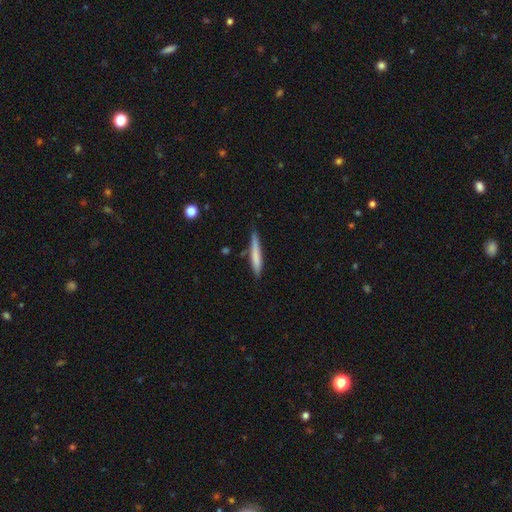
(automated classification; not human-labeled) smooth_or_featured: smooth (p=0.71) [alt: featured or disk p=0.23]
how_rounded: cigar-shaped (p=0.94) [alt: in between p=0.05]
merging: none (p=0.78) [alt: minor disturbance p=0.17]